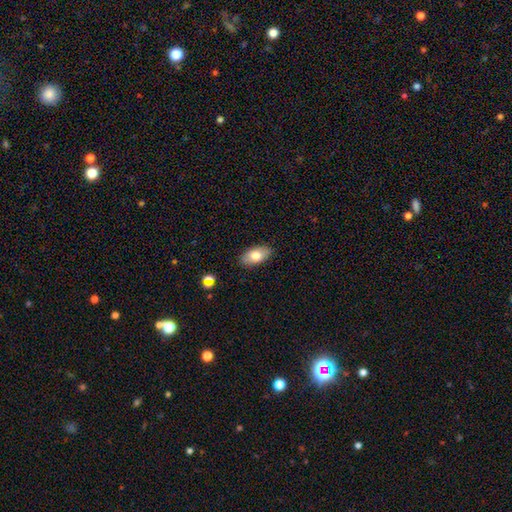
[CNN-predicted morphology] smooth_or_featured: smooth (p=0.77) [alt: featured or disk p=0.16]
how_rounded: in between (p=0.93) [alt: round p=0.04]
merging: none (p=0.88) [alt: minor disturbance p=0.09]